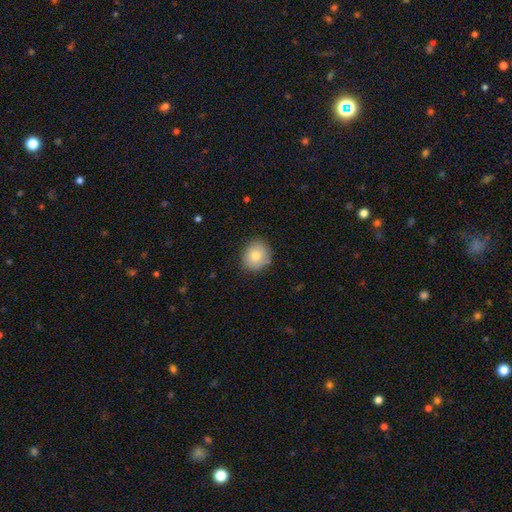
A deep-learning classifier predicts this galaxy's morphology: Q: Smooth or featured?
A: smooth (79%); runner-up: featured or disk (13%)
Q: How rounded?
A: round (81%); runner-up: in between (18%)
Q: Merging?
A: none (82%); runner-up: minor disturbance (14%)